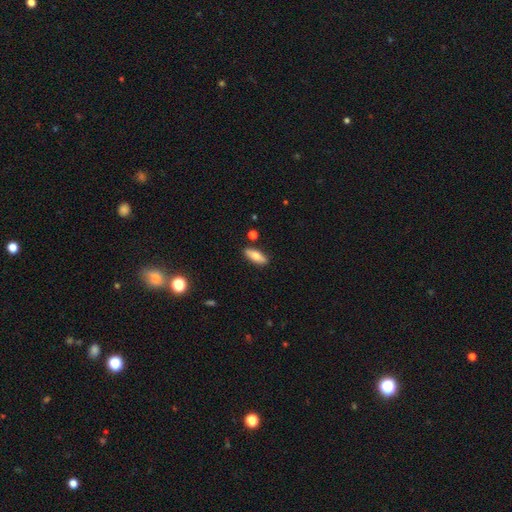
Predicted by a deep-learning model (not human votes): Smooth or featured? smooth (65%)
How rounded? in between (56%)
Merging? none (86%)